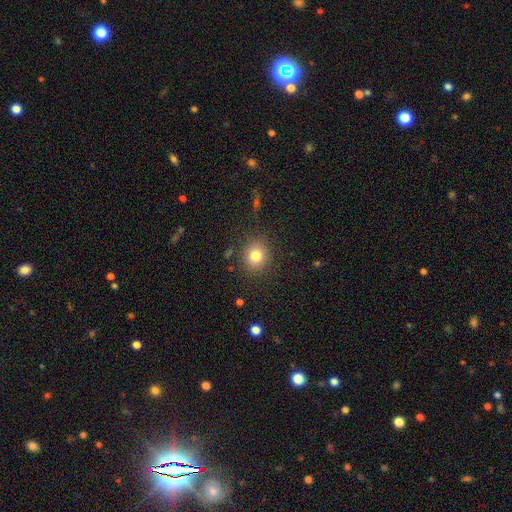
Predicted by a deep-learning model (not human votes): Smooth or featured? Predicted: smooth (p=0.79). How rounded? Predicted: round (p=0.83). Merging? Predicted: none (p=0.87).